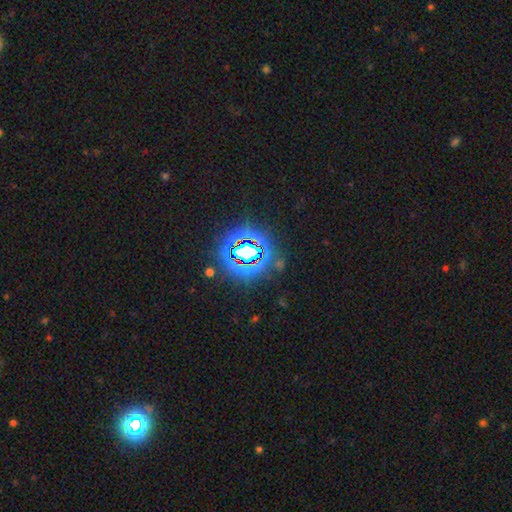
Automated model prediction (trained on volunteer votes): Overall: star or artifact (82%).